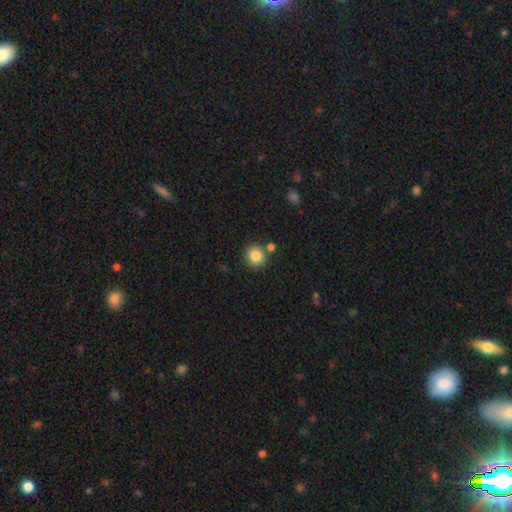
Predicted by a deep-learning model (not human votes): Smooth or featured: smooth — 84% (star or artifact — 10%)
How rounded: round — 91% (in between — 8%)
Merging: none — 79% (merger — 10%)